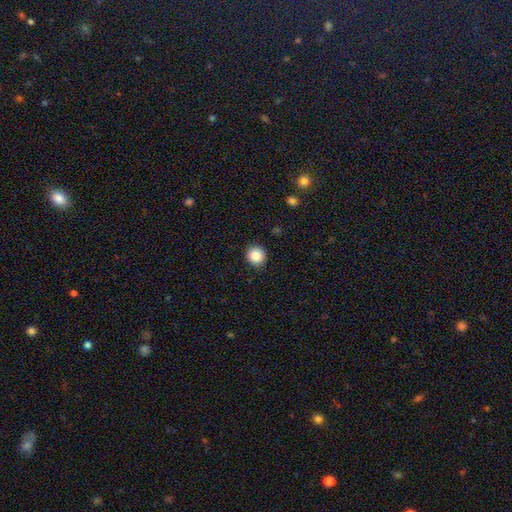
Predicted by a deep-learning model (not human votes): A smooth galaxy with no disk features (87%) that is round (89%).

Vote fractions:
- Smooth or featured? smooth: 87% / star or artifact: 9% / featured or disk: 4%
- How rounded? round: 89% / in between: 10% / cigar-shaped: 1%
- Merging? none: 91% / minor disturbance: 6% / major disturbance: 2% / merger: 1%